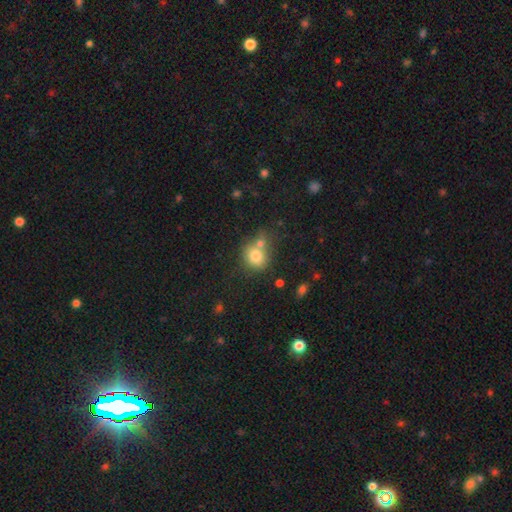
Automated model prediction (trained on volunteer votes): smooth_or_featured: smooth (p=0.78) [alt: featured or disk p=0.11]
how_rounded: round (p=0.68) [alt: in between p=0.31]
merging: none (p=0.46) [alt: merger p=0.36]